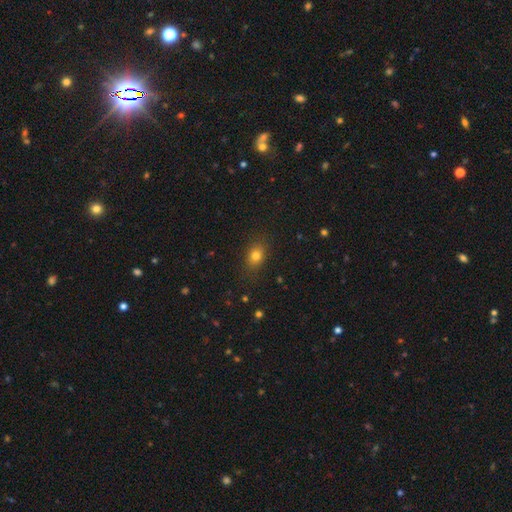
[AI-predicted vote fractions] Smooth or featured?
  - smooth: 78% *
  - star or artifact: 13%
  - featured or disk: 9%
How rounded?
  - in between: 65% *
  - round: 33%
  - cigar-shaped: 2%
Merging?
  - none: 84% *
  - minor disturbance: 11%
  - major disturbance: 4%
  - merger: 1%